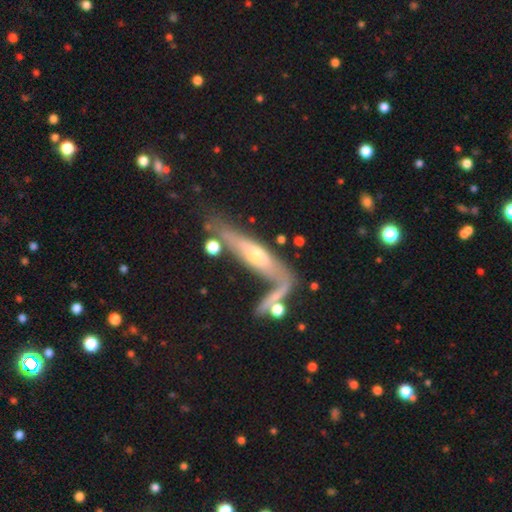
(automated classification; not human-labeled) This is likely a featured or disk galaxy (63%). It is likely viewed edge-on (67%). Merging: marginally none (42%).